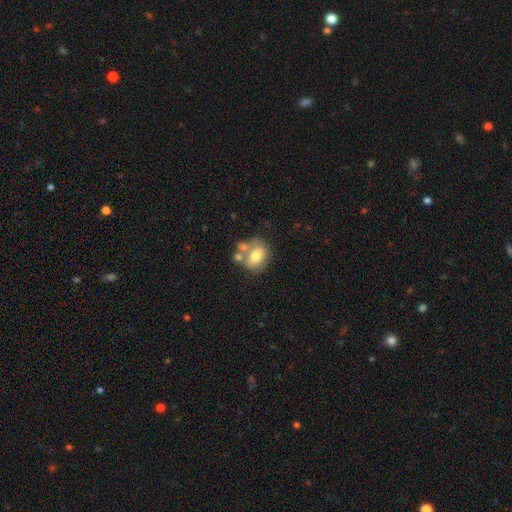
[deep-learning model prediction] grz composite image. It shows a smooth galaxy with no disk features (68%) that is in between round and cigar-shaped (57%). Merging: none (45%).